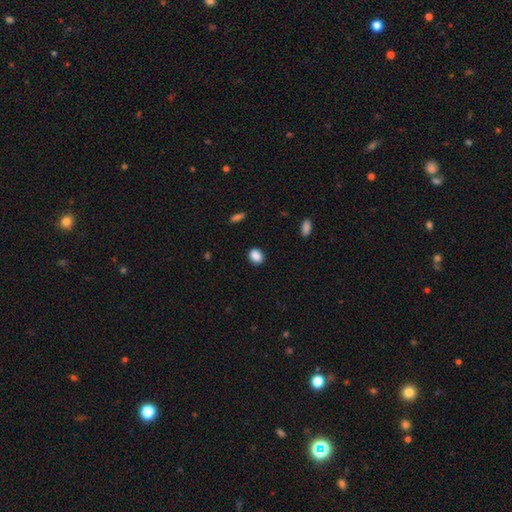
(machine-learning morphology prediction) A smooth galaxy with no disk features (88%) that is round (52%).

Vote fractions:
- Smooth or featured? smooth: 88% / star or artifact: 8% / featured or disk: 4%
- How rounded? round: 52% / in between: 47% / cigar-shaped: 1%
- Merging? none: 89% / minor disturbance: 8% / major disturbance: 2% / merger: 1%